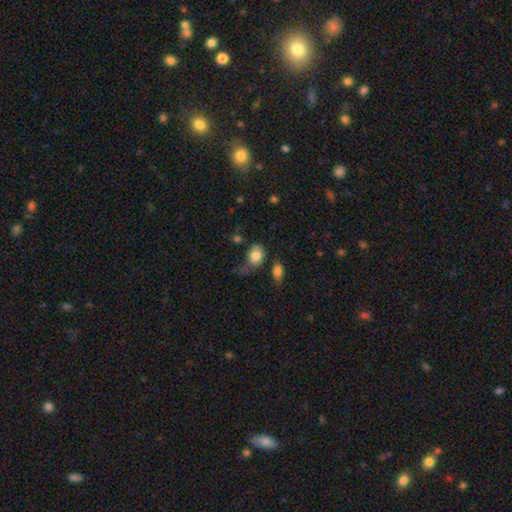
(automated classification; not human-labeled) A smooth galaxy with no disk features (82%) that is in between round and cigar-shaped (62%). Merging: none (45%).